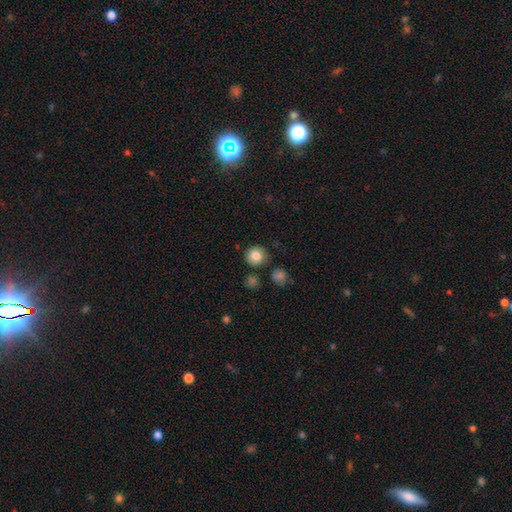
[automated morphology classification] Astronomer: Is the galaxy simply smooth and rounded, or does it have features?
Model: smooth — 83%.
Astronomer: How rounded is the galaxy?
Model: round — 90%.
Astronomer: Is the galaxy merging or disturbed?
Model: none — 83%.